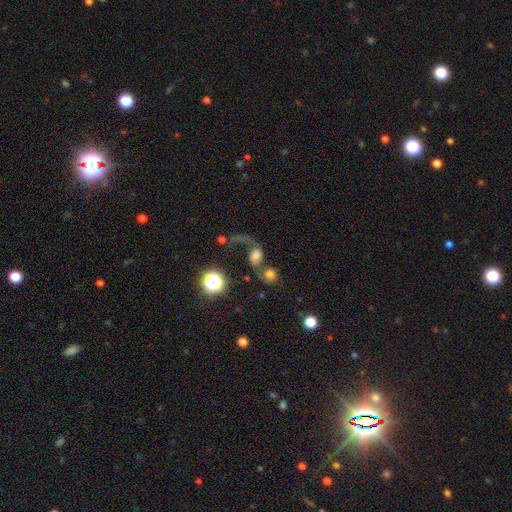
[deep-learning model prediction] Smooth or featured: featured or disk — 42% (smooth — 41%)
Merging: merger — 39% (major disturbance — 30%)